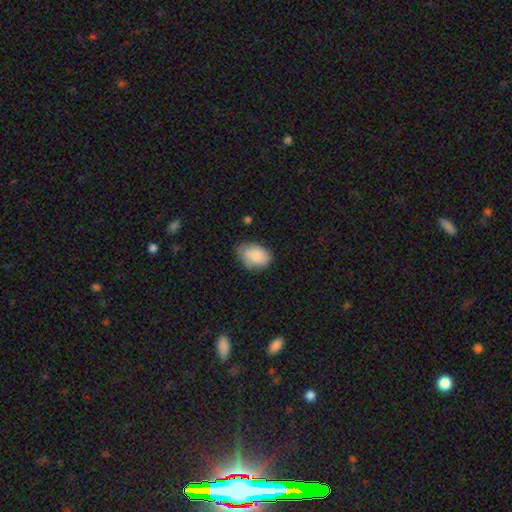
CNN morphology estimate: This is clearly a smooth galaxy (82%). How rounded: clearly in between (83%). Merging: likely none (63%).